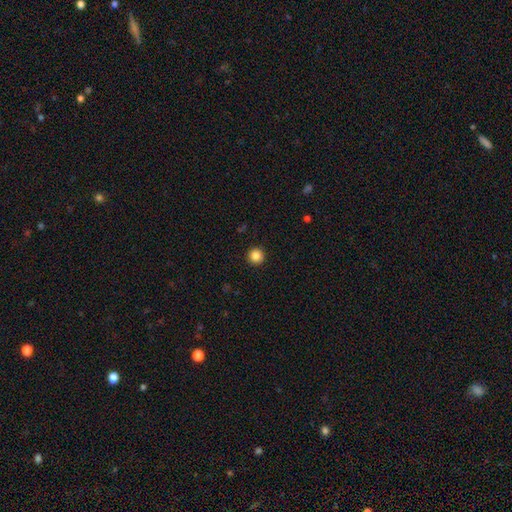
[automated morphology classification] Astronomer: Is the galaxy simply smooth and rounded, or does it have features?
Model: smooth — 85%.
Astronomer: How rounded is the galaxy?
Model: round — 96%.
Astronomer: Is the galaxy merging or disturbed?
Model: none — 93%.